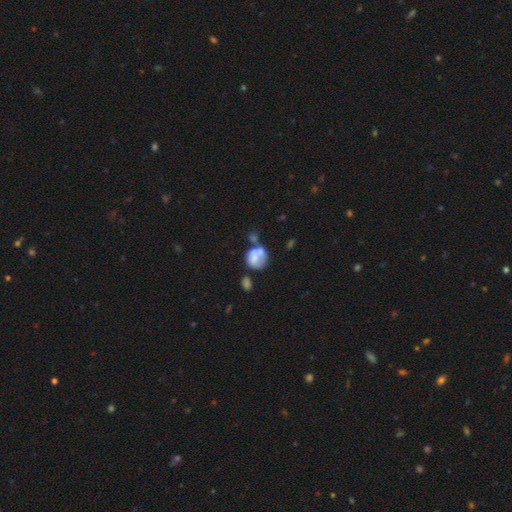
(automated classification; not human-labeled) Q: Smooth or featured?
A: smooth (58%); runner-up: featured or disk (32%)
Q: How rounded?
A: round (64%); runner-up: in between (35%)
Q: Merging?
A: merger (39%); runner-up: none (28%)